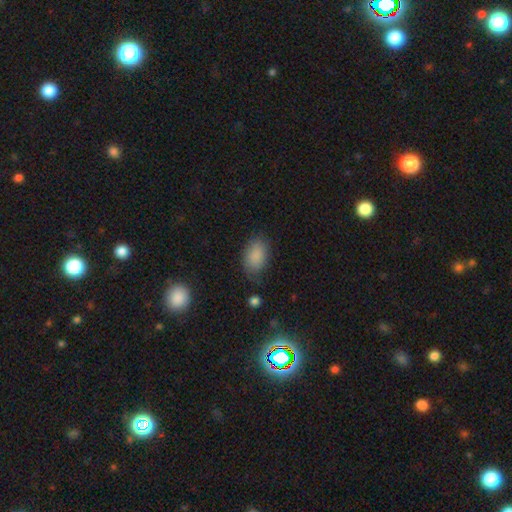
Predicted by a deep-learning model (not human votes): Smooth or featured? Predicted: smooth (p=0.85). How rounded? Predicted: in between (p=0.88). Merging? Predicted: none (p=0.71).